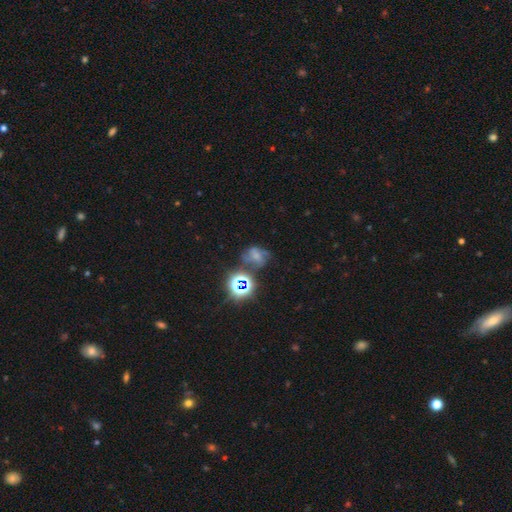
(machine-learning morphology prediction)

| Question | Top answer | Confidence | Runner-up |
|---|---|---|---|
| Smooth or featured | smooth | 37% | star or artifact (34%) |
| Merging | none | 39% | minor disturbance (21%) |